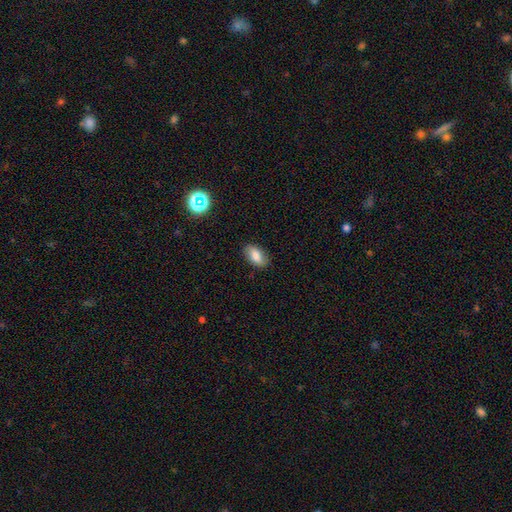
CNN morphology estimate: This is likely a smooth galaxy (80%). How rounded: clearly in between (92%). Merging: clearly none (85%).